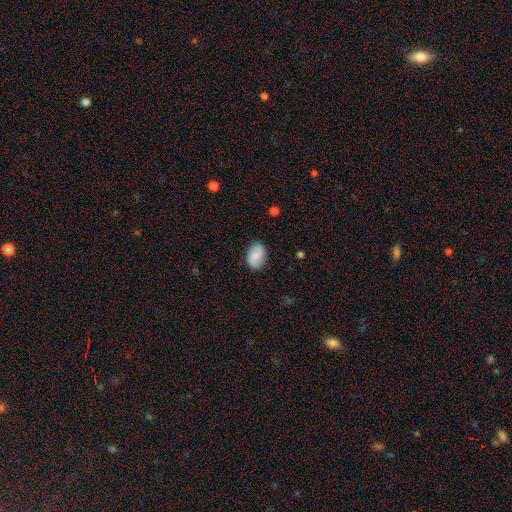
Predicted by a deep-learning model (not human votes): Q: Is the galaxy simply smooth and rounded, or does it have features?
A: smooth — 63%.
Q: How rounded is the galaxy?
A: in between — 81%.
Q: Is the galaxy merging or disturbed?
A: none — 82%.